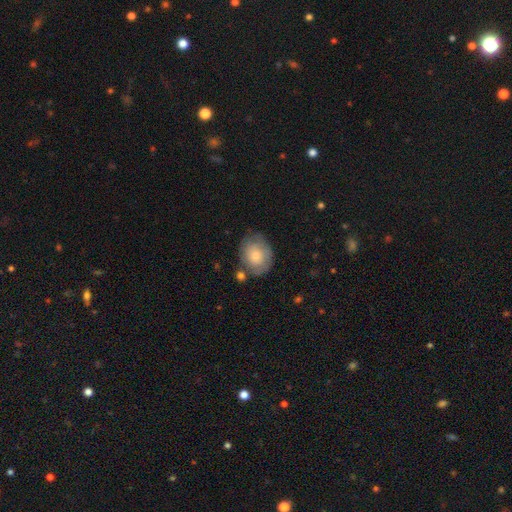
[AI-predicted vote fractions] smooth 69%, featured or disk 24%, star or artifact 6%. Down the decision tree: how rounded — in between (52%); merging — none (63%).